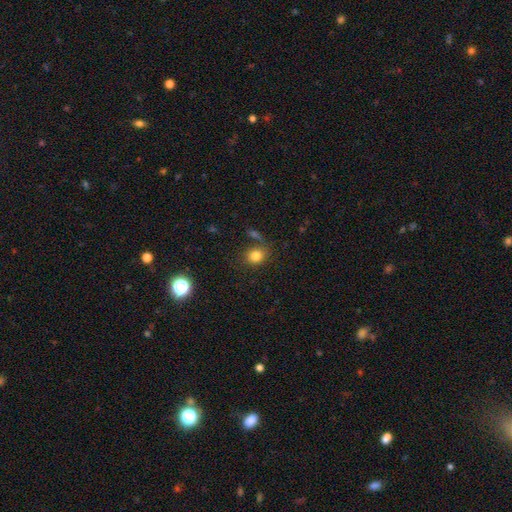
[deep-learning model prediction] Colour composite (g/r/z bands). It shows a smooth galaxy with no disk features (81%) that is round (70%). Merging: none (70%).